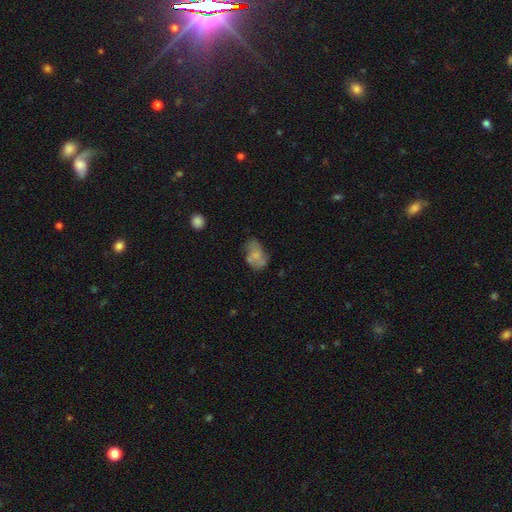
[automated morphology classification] This appears to be a smooth galaxy with no disk features (56%) that is in between round and cigar-shaped (86%). Merging: none (43%).